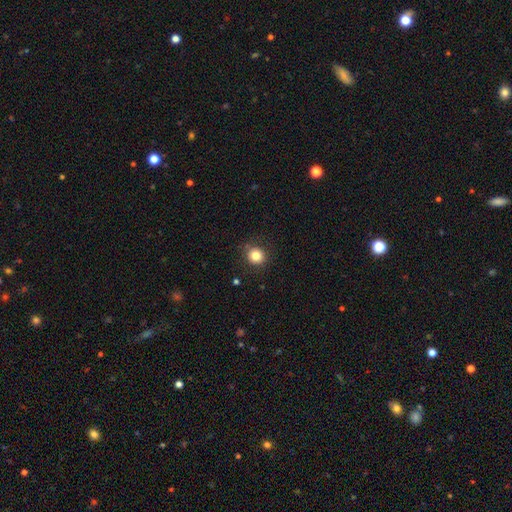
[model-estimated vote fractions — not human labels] smooth_or_featured: smooth (p=0.82) [alt: star or artifact p=0.12]
how_rounded: round (p=0.90) [alt: in between p=0.09]
merging: none (p=0.87) [alt: minor disturbance p=0.09]